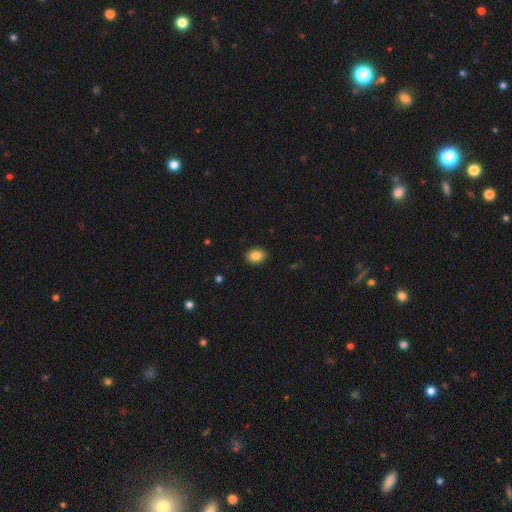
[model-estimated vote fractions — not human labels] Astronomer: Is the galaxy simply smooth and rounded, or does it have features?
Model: smooth — 86%.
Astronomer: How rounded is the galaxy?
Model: in between — 60% (runner-up: round, 39%).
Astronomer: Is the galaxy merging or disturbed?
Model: none — 90%.